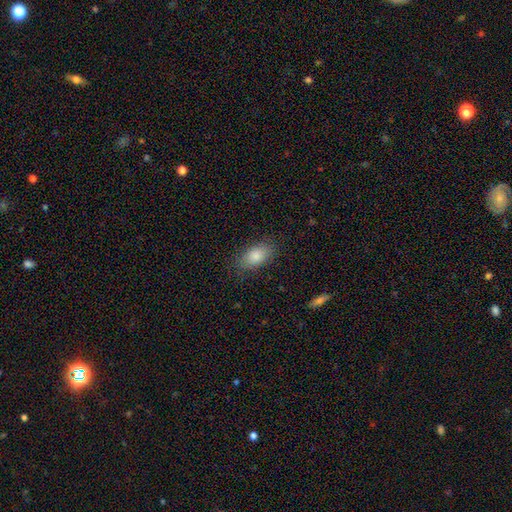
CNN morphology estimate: This is clearly a smooth galaxy (82%). How rounded: clearly in between (90%). Merging: clearly none (85%).